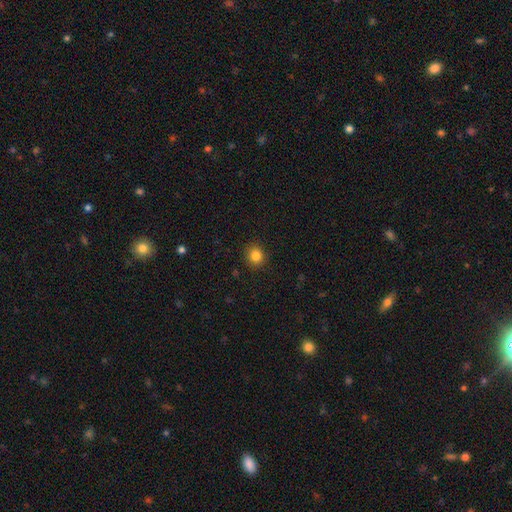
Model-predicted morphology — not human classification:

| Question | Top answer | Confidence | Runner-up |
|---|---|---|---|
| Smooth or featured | smooth | 84% | star or artifact (11%) |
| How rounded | round | 83% | in between (17%) |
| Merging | none | 89% | minor disturbance (7%) |